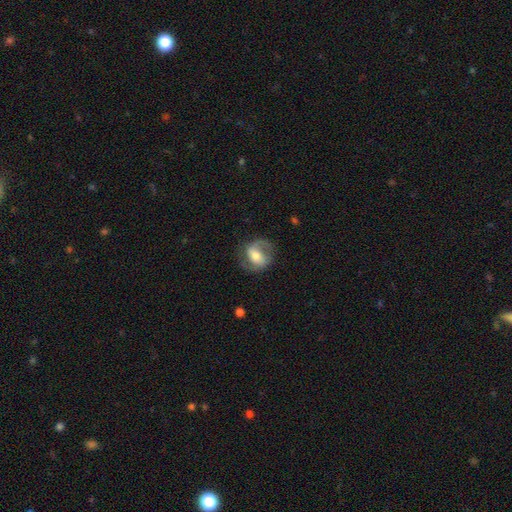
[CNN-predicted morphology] featured or disk 64%, smooth 30%, star or artifact 7%. Down the decision tree: edge-on disk — no (96%); bar — weak (39%); spiral arms — yes (83%); spiral arm count — 2 (78%); spiral winding — medium (48%); bulge size — moderate (62%); merging — none (68%).